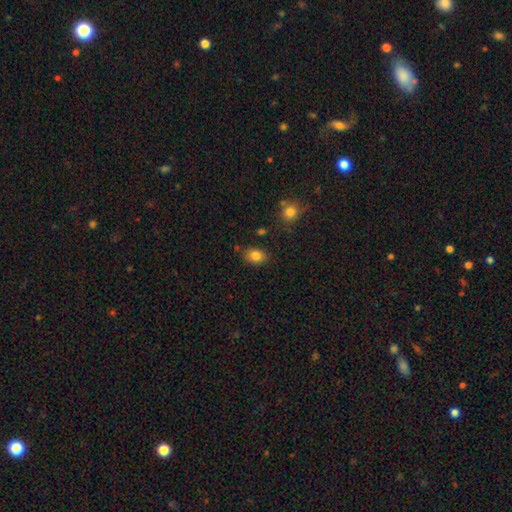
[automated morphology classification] Smooth or featured: smooth — 83% (star or artifact — 10%)
How rounded: in between — 70% (round — 29%)
Merging: none — 82% (minor disturbance — 12%)